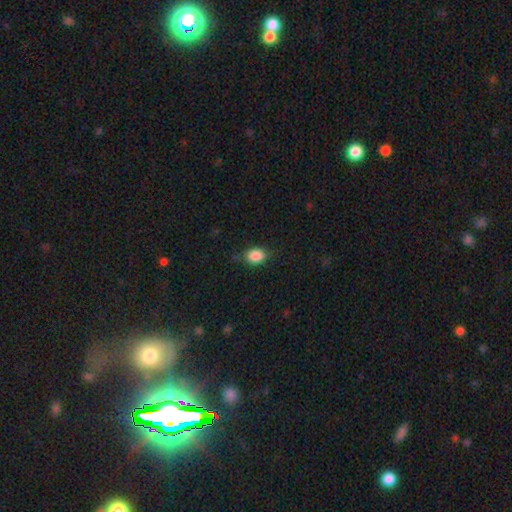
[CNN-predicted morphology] type=smooth (85%); roundness=in between (70%); merging=none (74%).